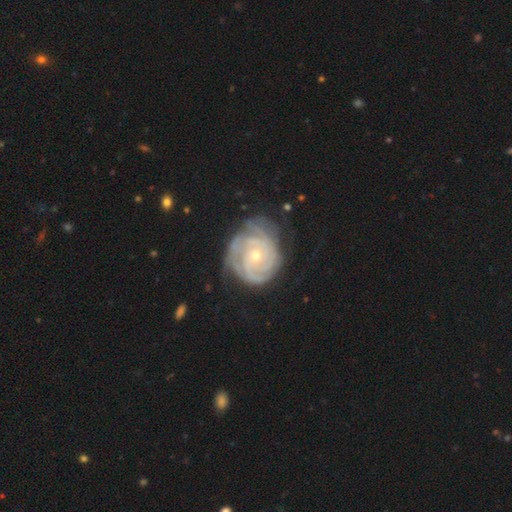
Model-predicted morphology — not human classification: This appears to be a featured or disk galaxy (84%) with no bar (77%), tight (76%) spiral arms (95%) and a small central bulge (65%). Merging: none (67%).